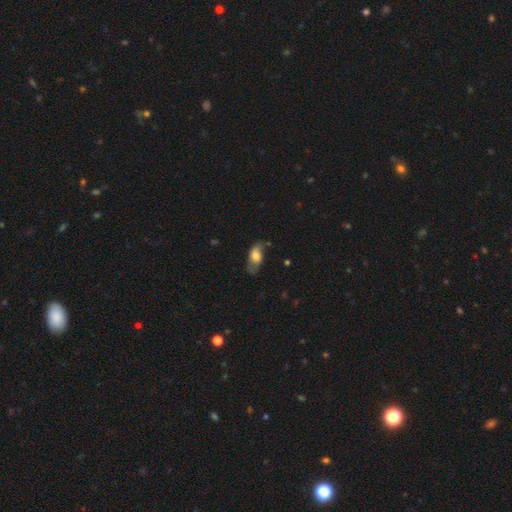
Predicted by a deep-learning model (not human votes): The model was most divided on "smooth or featured": smooth: 58%, featured or disk: 34%, star or artifact: 8%. More confident: how rounded — in between (86%); merging — none (54%).